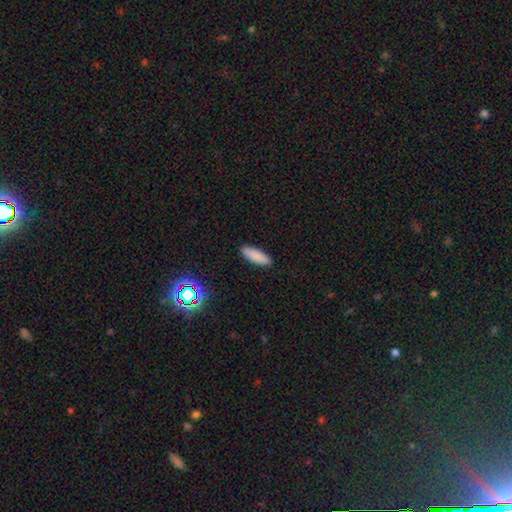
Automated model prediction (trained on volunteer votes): smooth 86%, star or artifact 8%, featured or disk 5%. Down the decision tree: how rounded — in between (49%, tied with cigar-shaped); merging — none (90%).